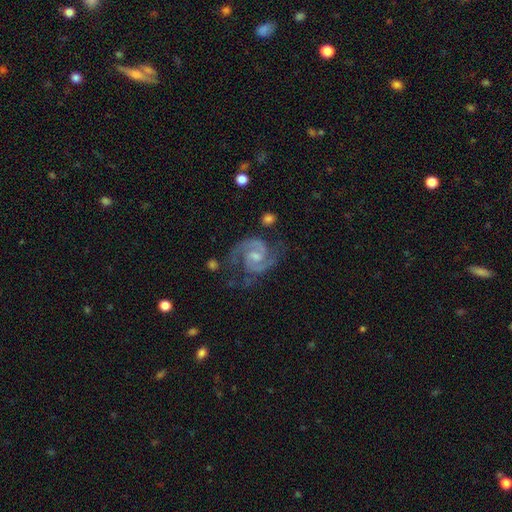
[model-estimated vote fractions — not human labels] Smooth or featured?
  - featured or disk: 91% *
  - star or artifact: 5%
  - smooth: 4%
Edge-on disk?
  - no: 98% *
  - yes: 2%
Bar?
  - weak: 48% *
  - no: 42%
  - strong: 10%
Spiral arms?
  - yes: 98% *
  - no: 2%
Spiral winding?
  - medium: 56% *
  - tight: 34%
  - loose: 10%
Spiral arm count?
  - 2: 92% *
  - 3: 3%
  - can't tell: 2%
  - 1: 1%
  - 4: 1%
  - more than 4: 1%
Bulge size?
  - small: 44% *
  - moderate: 41%
  - none: 11%
  - large: 3%
  - dominant: 1%
Merging?
  - none: 68% *
  - minor disturbance: 20%
  - major disturbance: 9%
  - merger: 3%